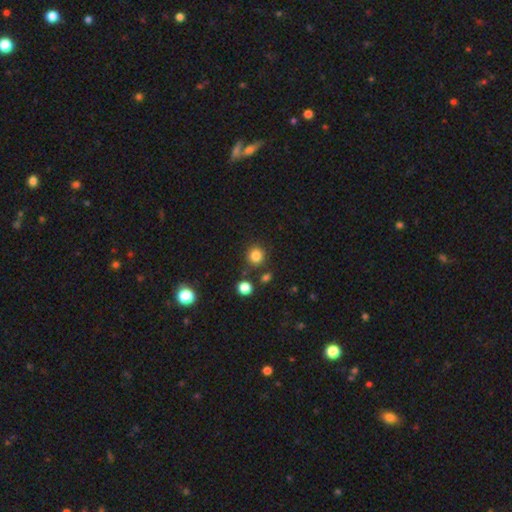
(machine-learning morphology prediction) Smooth or featured? smooth (83%)
How rounded? round (90%)
Merging? none (82%)